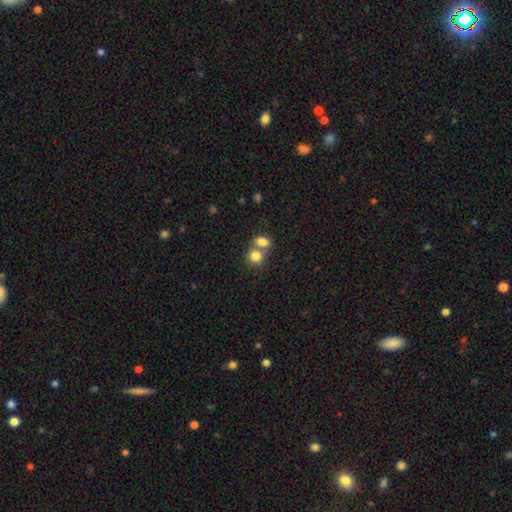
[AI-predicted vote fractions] A smooth galaxy with no disk features (81%) that is round (65%).

Vote fractions:
- Smooth or featured? smooth: 81% / star or artifact: 10% / featured or disk: 9%
- How rounded? round: 65% / in between: 33% / cigar-shaped: 1%
- Merging? merger: 53% / none: 37% / minor disturbance: 7% / major disturbance: 3%